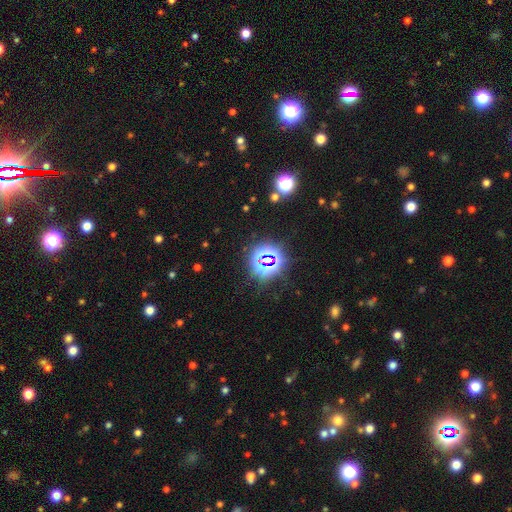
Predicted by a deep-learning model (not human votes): A star or artifact, not a galaxy (77%).